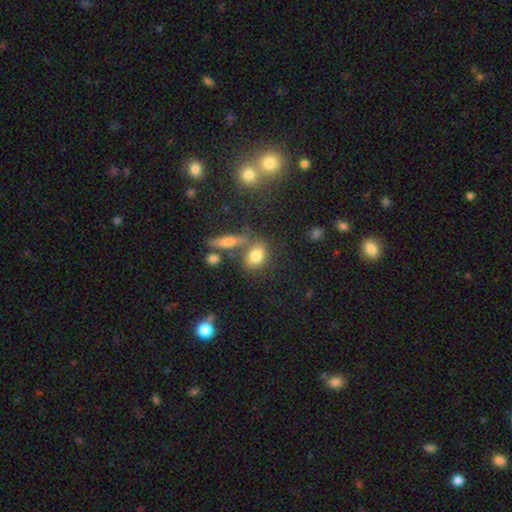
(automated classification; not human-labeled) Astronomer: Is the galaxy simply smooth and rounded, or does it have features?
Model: smooth — 75%.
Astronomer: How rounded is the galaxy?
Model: in between — 69%.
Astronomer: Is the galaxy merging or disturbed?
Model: none — 55%.